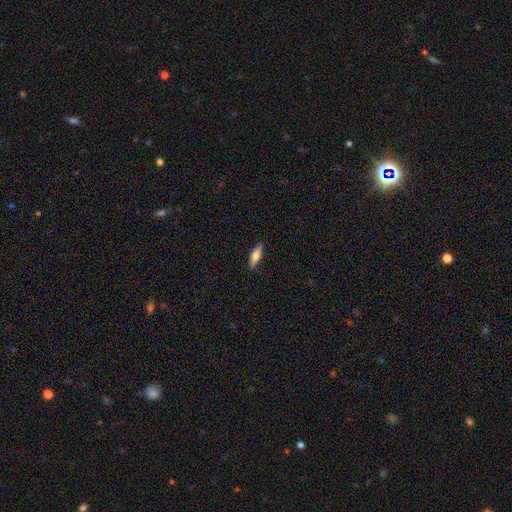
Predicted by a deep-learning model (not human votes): Smooth or featured? smooth (71%)
How rounded? in between (58%)
Merging? none (87%)